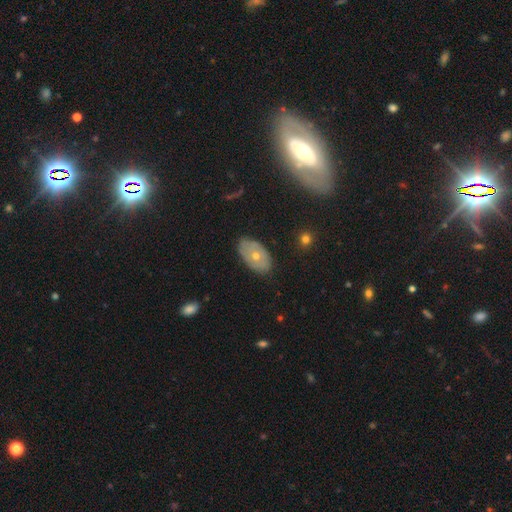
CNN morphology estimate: Smooth or featured?
  - featured or disk: 48% *
  - smooth: 43%
  - star or artifact: 9%
Merging?
  - none: 76% *
  - minor disturbance: 19%
  - major disturbance: 4%
  - merger: 1%